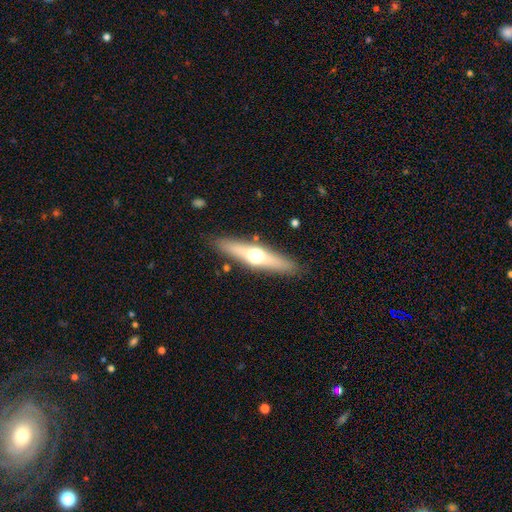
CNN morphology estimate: Smooth or featured? featured or disk (54%)
Edge-on disk? yes (91%)
Merging? none (88%)